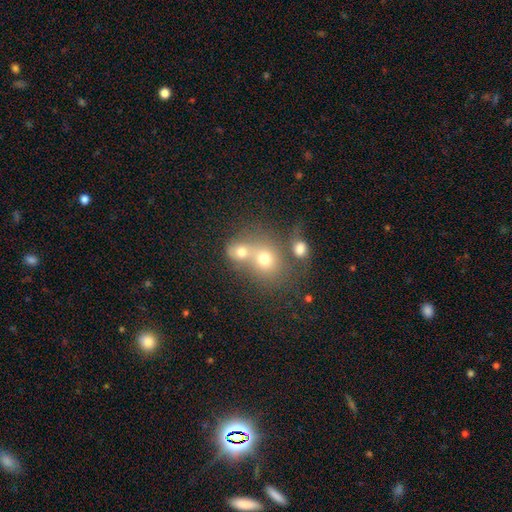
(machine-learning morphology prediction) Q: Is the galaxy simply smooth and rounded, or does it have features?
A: smooth — 59%.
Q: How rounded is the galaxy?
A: round — 72%.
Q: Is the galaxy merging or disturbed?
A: merger — 60%.